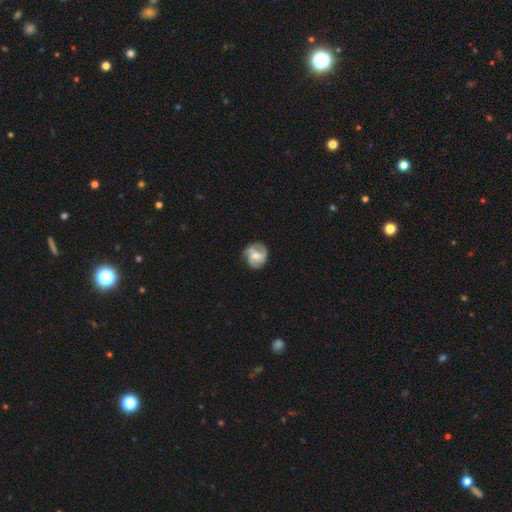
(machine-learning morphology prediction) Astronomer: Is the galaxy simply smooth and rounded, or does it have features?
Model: featured or disk — 65%.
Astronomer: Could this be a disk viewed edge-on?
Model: no — 98%.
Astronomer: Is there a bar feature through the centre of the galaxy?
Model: no — 56% (runner-up: weak, 35%).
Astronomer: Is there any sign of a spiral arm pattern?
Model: yes — 90%.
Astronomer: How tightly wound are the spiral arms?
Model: medium — 46% (runner-up: tight, 35%).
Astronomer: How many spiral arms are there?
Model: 3 — 54%.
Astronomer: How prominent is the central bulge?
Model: moderate — 53% (runner-up: small, 38%).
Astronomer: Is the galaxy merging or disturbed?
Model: none — 71%.